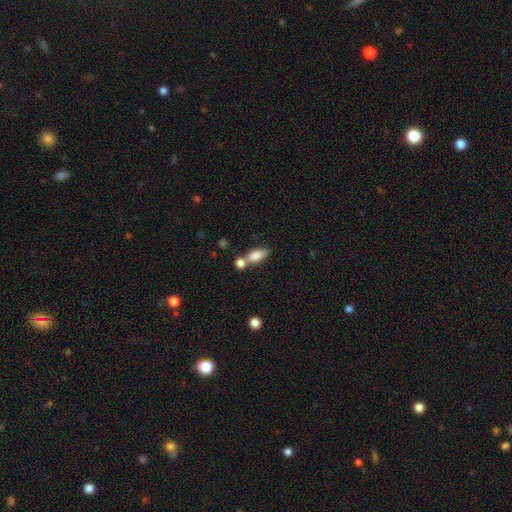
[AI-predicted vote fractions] Q: Smooth or featured?
A: smooth (82%); runner-up: featured or disk (10%)
Q: How rounded?
A: in between (82%); runner-up: cigar-shaped (12%)
Q: Merging?
A: none (44%); runner-up: merger (40%)